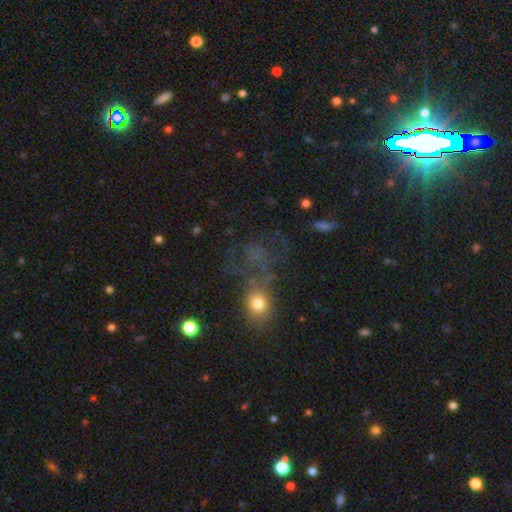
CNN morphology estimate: smooth 45%, star or artifact 35%, featured or disk 20%. Down the decision tree: merging — none (43%).